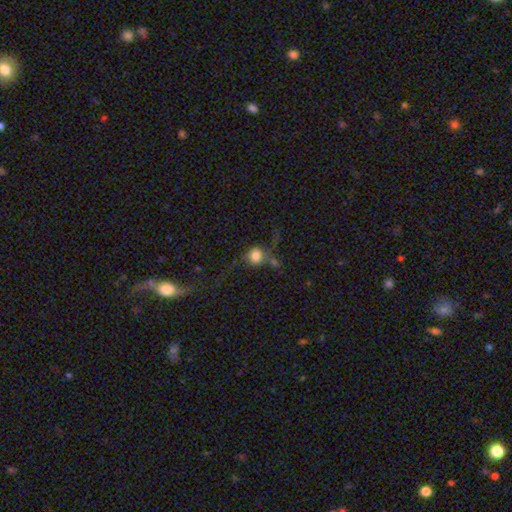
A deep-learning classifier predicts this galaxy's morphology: Q: Smooth or featured?
A: smooth (63%); runner-up: featured or disk (25%)
Q: How rounded?
A: round (83%); runner-up: in between (15%)
Q: Merging?
A: none (41%); runner-up: major disturbance (23%)